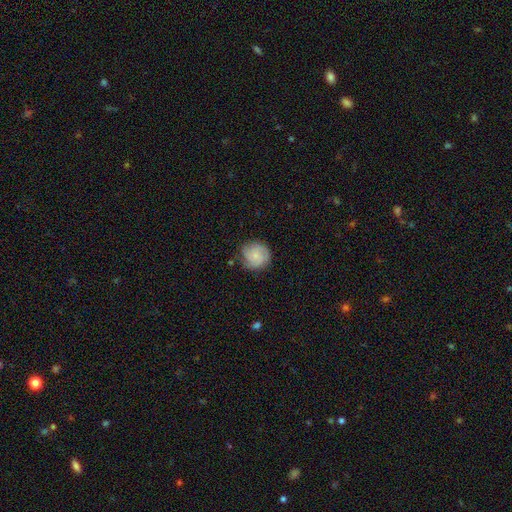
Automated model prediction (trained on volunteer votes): The model was most divided on "smooth or featured": smooth: 53%, featured or disk: 39%, star or artifact: 8%. More confident: how rounded — round (91%); merging — none (75%).